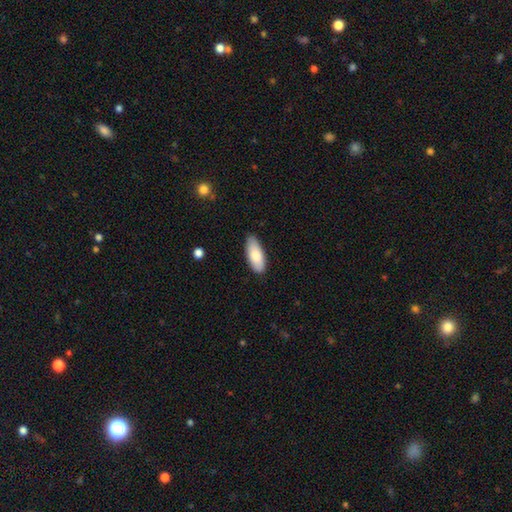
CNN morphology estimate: Smooth or featured? smooth (83%)
How rounded? in between (83%)
Merging? none (85%)